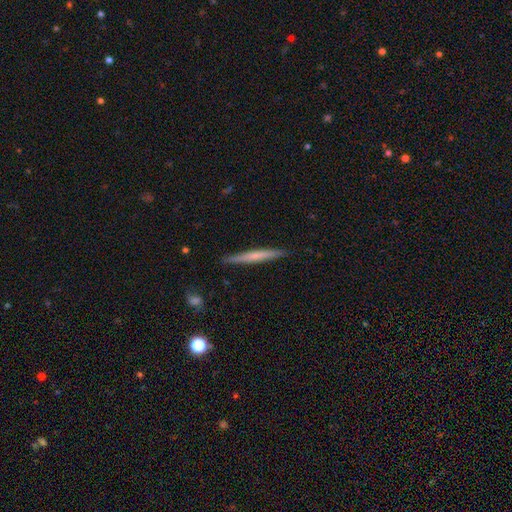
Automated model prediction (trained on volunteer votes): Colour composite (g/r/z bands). It shows a smooth galaxy with no disk features (49%). Merging: none (90%).